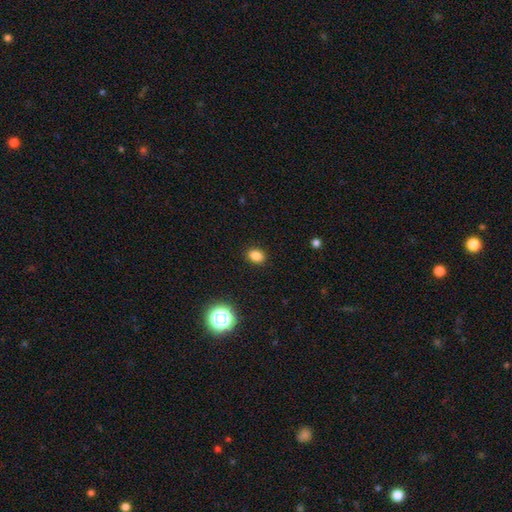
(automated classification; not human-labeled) Smooth or featured?
  - smooth: 83% *
  - star or artifact: 12%
  - featured or disk: 4%
How rounded?
  - in between: 64% *
  - round: 34%
  - cigar-shaped: 1%
Merging?
  - none: 90% *
  - minor disturbance: 7%
  - major disturbance: 2%
  - merger: 1%